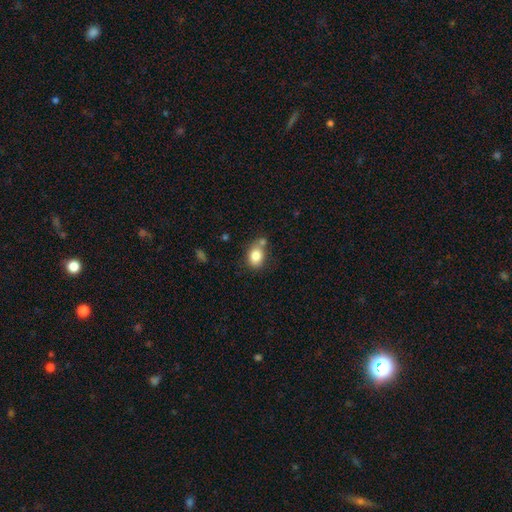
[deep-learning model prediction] smooth-or-featured: smooth: 82% | featured or disk: 9% | star or artifact: 9%
  how-rounded: in between: 61% | round: 38% | cigar-shaped: 1%
  merging: none: 53% | merger: 23% | minor disturbance: 18% | major disturbance: 6%